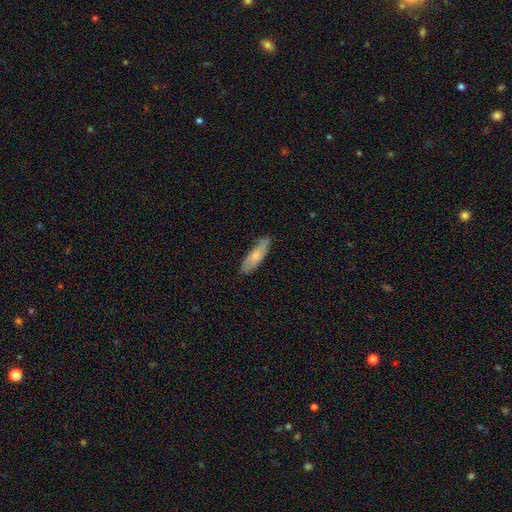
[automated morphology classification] Smooth or featured?
  - smooth: 65% *
  - featured or disk: 29%
  - star or artifact: 6%
How rounded?
  - in between: 51% *
  - cigar-shaped: 47%
  - round: 2%
Merging?
  - none: 72% *
  - minor disturbance: 22%
  - major disturbance: 4%
  - merger: 2%